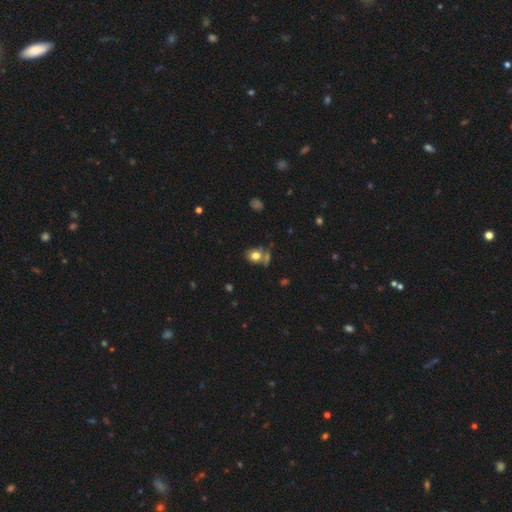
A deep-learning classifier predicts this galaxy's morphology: smooth_or_featured: smooth (p=0.76) [alt: star or artifact p=0.12]
how_rounded: round (p=0.57) [alt: in between p=0.41]
merging: none (p=0.55) [alt: merger p=0.22]